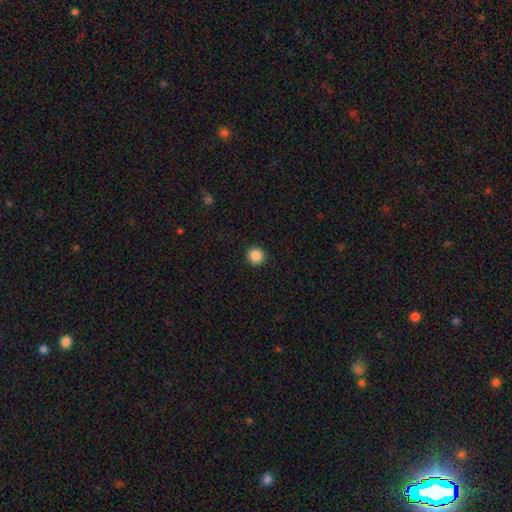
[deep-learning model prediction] smooth 88%, star or artifact 9%, featured or disk 3%. Down the decision tree: how rounded — round (95%); merging — none (93%).